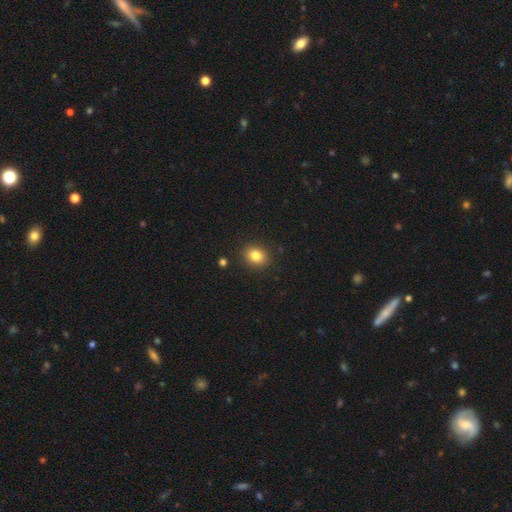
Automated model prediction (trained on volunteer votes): smooth_or_featured: smooth (p=0.82) [alt: star or artifact p=0.11]
how_rounded: round (p=0.61) [alt: in between p=0.39]
merging: none (p=0.88) [alt: minor disturbance p=0.08]